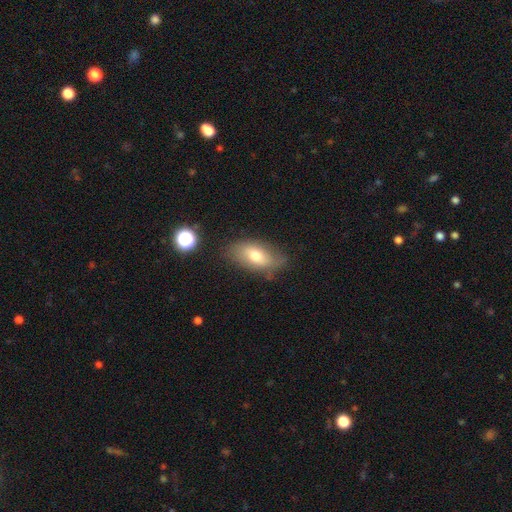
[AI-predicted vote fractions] The model was most divided on "smooth or featured": smooth: 68%, featured or disk: 23%, star or artifact: 9%. More confident: how rounded — in between (87%); merging — none (70%).